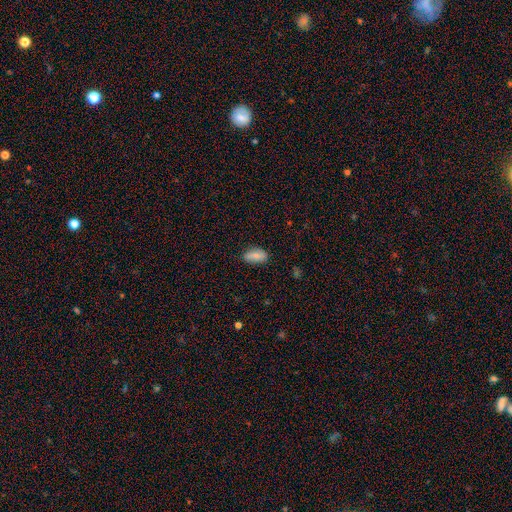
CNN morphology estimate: This appears to be a smooth galaxy with no disk features (77%) that is in between round and cigar-shaped (90%). Merging: none (81%).